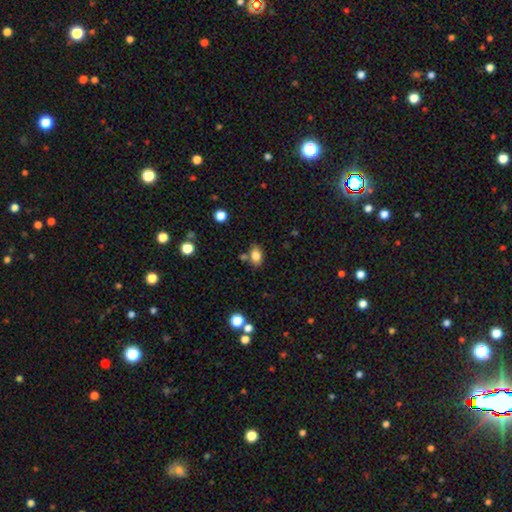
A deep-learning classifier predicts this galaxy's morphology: The model was most divided on "how rounded": in between: 79%, round: 20%, cigar-shaped: 1%. More confident: smooth or featured — smooth (82%); merging — none (74%).